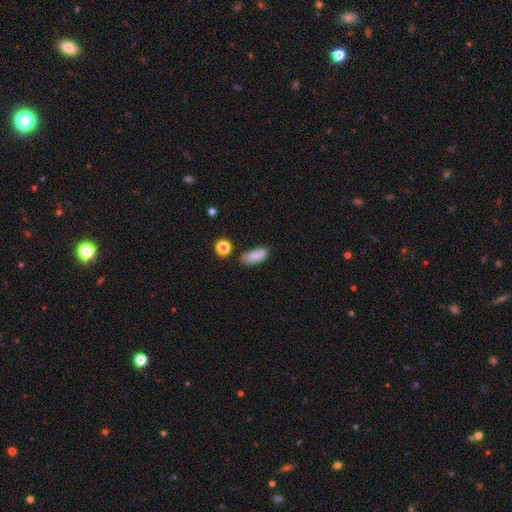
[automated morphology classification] smooth_or_featured: smooth (p=0.84) [alt: star or artifact p=0.09]
how_rounded: in between (p=0.75) [alt: cigar-shaped p=0.21]
merging: none (p=0.70) [alt: minor disturbance p=0.20]